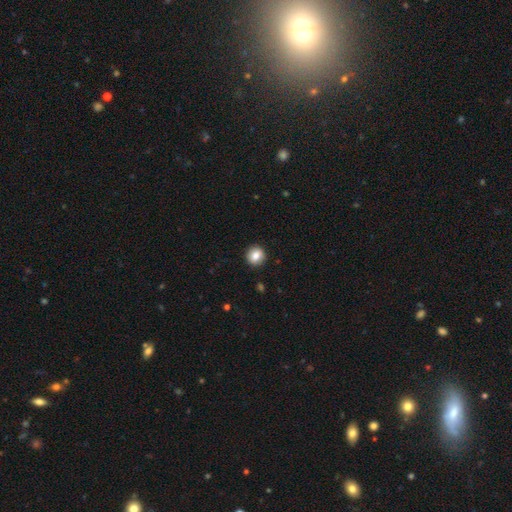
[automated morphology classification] This is clearly a smooth galaxy (83%). How rounded: clearly round (90%). Merging: clearly none (91%).